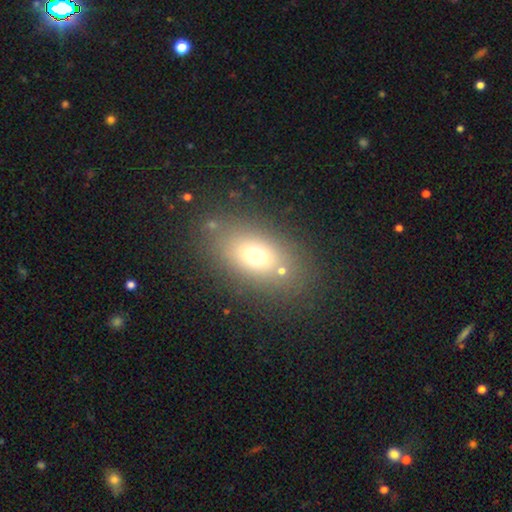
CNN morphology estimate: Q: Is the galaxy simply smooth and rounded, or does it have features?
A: smooth — 68%.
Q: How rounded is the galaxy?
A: in between — 79%.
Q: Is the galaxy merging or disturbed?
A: none — 77%.